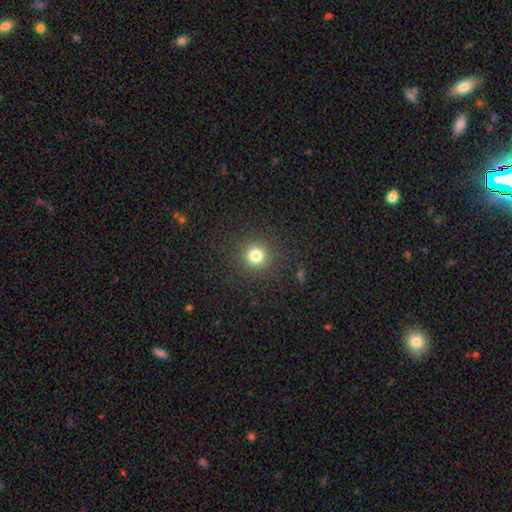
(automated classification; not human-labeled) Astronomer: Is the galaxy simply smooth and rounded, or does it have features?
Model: smooth — 80%.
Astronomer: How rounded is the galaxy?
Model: round — 94%.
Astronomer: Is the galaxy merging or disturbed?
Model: none — 90%.